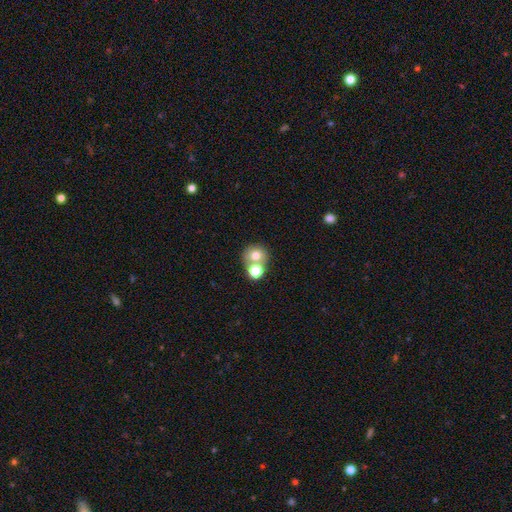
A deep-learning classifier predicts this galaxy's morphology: type=smooth (73%); roundness=round (83%); merging=none (46%).